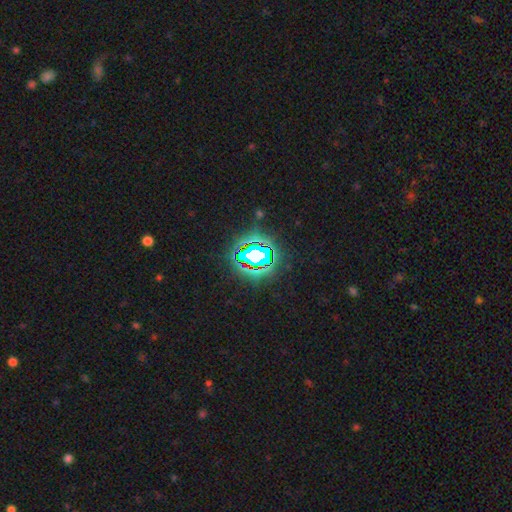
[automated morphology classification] star or artifact 73%, smooth 14%, featured or disk 13%.